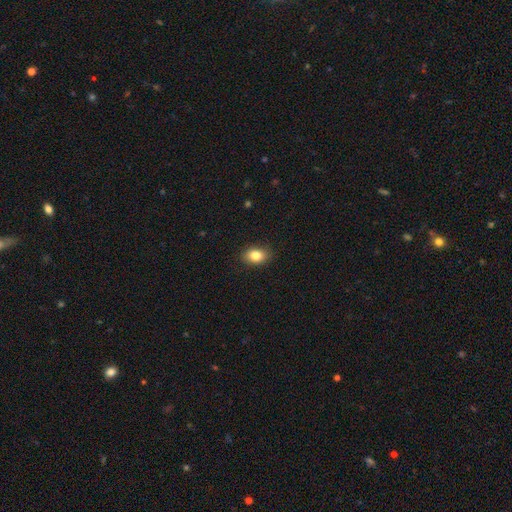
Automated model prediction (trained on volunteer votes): Overall: smooth (82%). How rounded: in between (78%). Merging: none (88%).